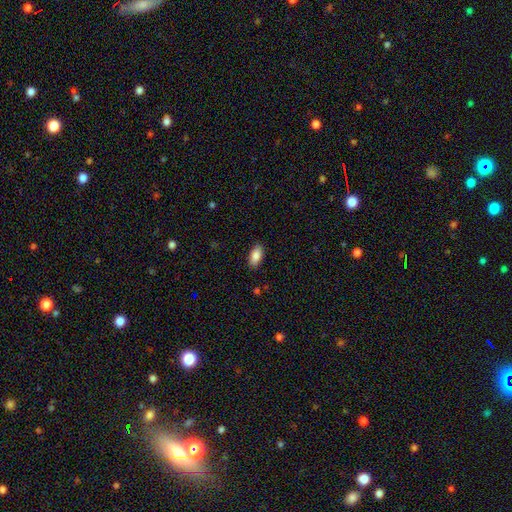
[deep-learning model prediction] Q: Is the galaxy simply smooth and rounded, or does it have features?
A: smooth — 86%.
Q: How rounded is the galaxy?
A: in between — 91%.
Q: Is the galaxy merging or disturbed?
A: none — 88%.